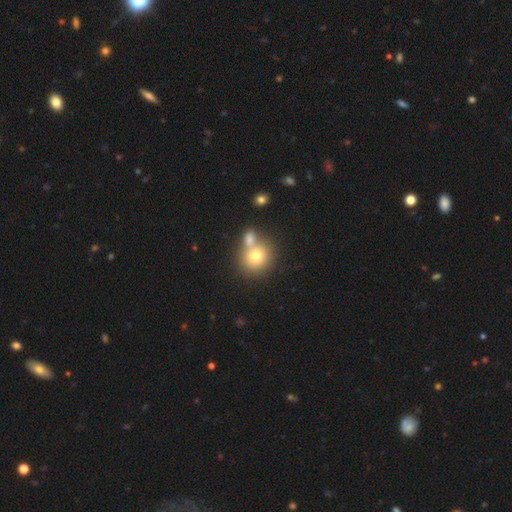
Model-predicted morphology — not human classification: smooth-or-featured: smooth: 73% | featured or disk: 15% | star or artifact: 11%
  how-rounded: round: 81% | in between: 19% | cigar-shaped: 1%
  merging: none: 46% | merger: 42% | minor disturbance: 9% | major disturbance: 3%